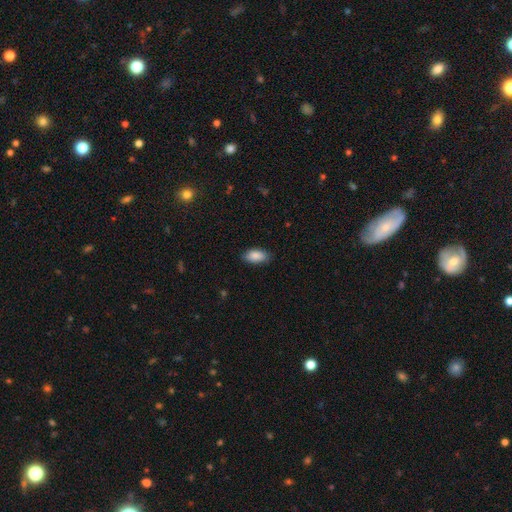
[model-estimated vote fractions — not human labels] Smooth or featured? Predicted: smooth (p=0.89). How rounded? Predicted: in between (p=0.93). Merging? Predicted: none (p=0.84).